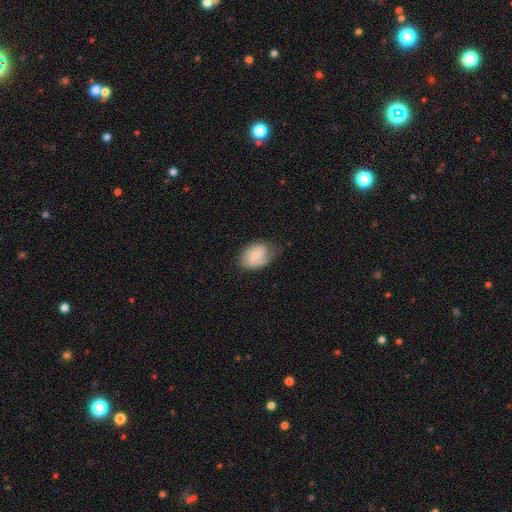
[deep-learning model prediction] Smooth or featured? Predicted: featured or disk (p=0.49). Merging? Predicted: none (p=0.60).